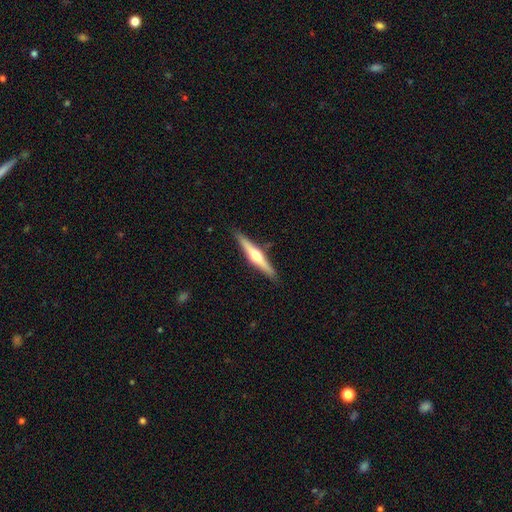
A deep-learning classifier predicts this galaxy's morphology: smooth-or-featured: featured or disk: 69% | smooth: 26% | star or artifact: 5%
  disk-edge-on: yes: 98% | no: 2%
    edge-on-bulge: rounded: 93% | boxy: 4% | none: 3%
  merging: none: 88% | minor disturbance: 9% | major disturbance: 2% | merger: 2%